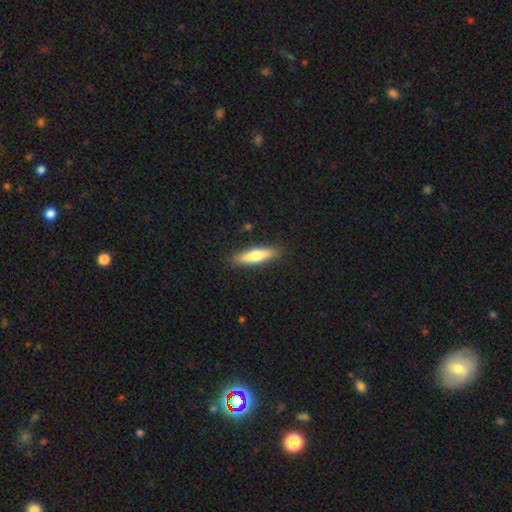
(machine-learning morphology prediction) Q: Smooth or featured?
A: smooth (67%); runner-up: featured or disk (28%)
Q: How rounded?
A: cigar-shaped (72%); runner-up: in between (26%)
Q: Merging?
A: none (88%); runner-up: minor disturbance (9%)